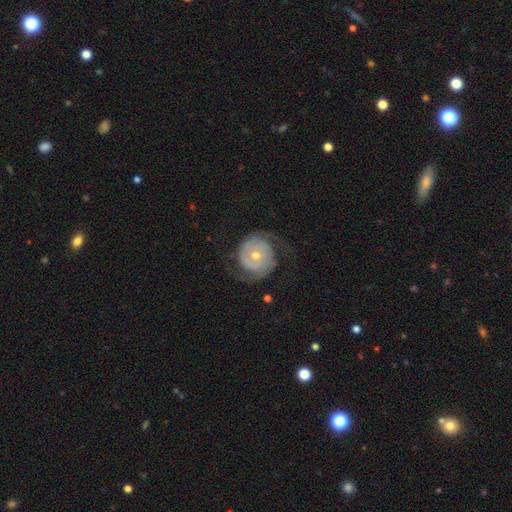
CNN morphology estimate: This is clearly a featured or disk galaxy (80%). It is clearly not viewed edge-on (97%). Bar: likely no (76%). Spiral arm pattern: clearly yes (92%). Spiral arm count: likely 2 (80%). Spiral winding: possibly tight (45%). Central bulge: possibly small (54%). Merging: likely none (69%).